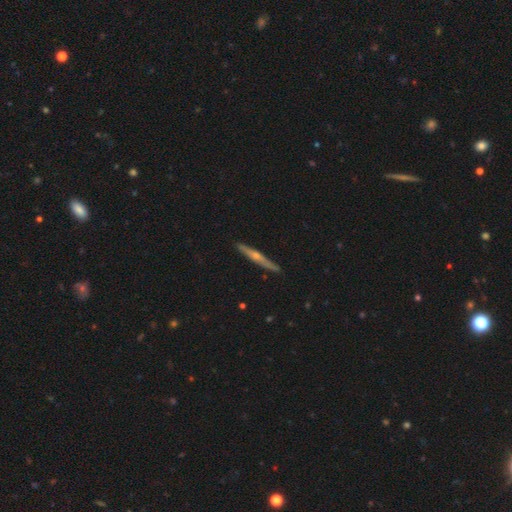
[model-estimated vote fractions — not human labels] Q: Smooth or featured?
A: featured or disk (64%); runner-up: smooth (24%)
Q: Edge-on disk?
A: yes (93%); runner-up: no (7%)
Q: Edge-on bulge?
A: rounded (77%); runner-up: none (16%)
Q: Merging?
A: none (87%); runner-up: minor disturbance (9%)